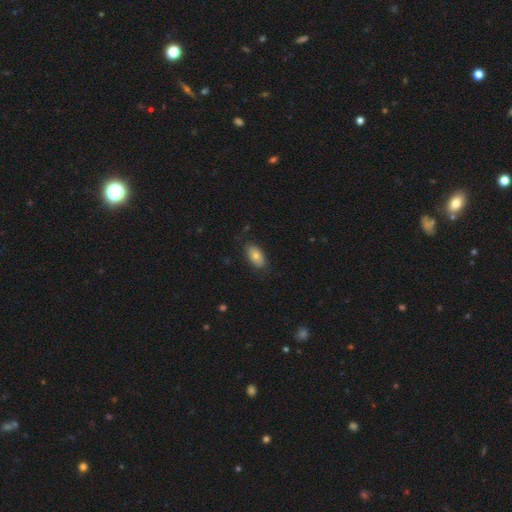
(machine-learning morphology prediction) Q: Smooth or featured?
A: smooth (74%); runner-up: featured or disk (19%)
Q: How rounded?
A: in between (93%); runner-up: round (5%)
Q: Merging?
A: none (81%); runner-up: minor disturbance (15%)